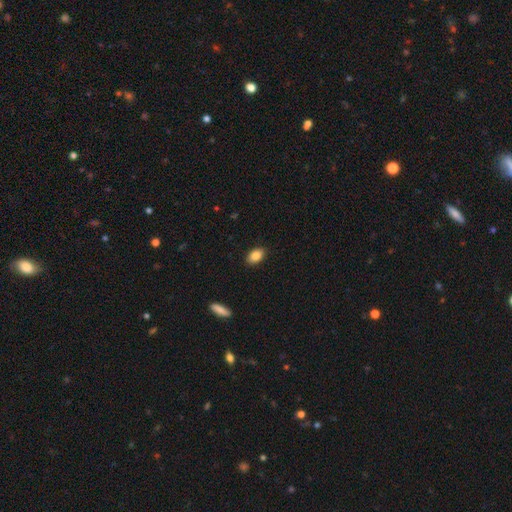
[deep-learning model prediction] Morphology: type=smooth (87%); roundness=in between (88%); merging=none (87%).